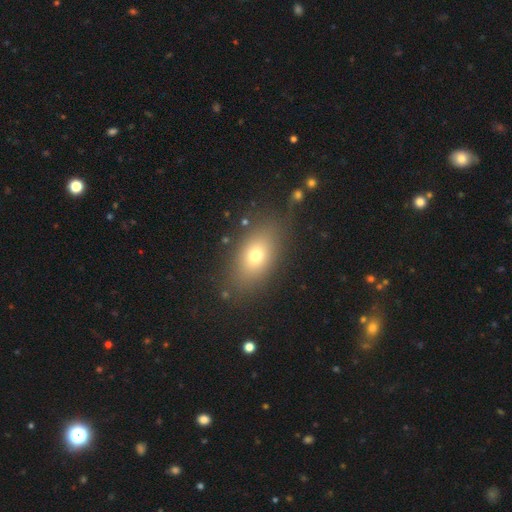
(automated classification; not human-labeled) Q: Smooth or featured?
A: smooth (71%); runner-up: featured or disk (16%)
Q: How rounded?
A: in between (79%); runner-up: round (18%)
Q: Merging?
A: none (80%); runner-up: minor disturbance (12%)